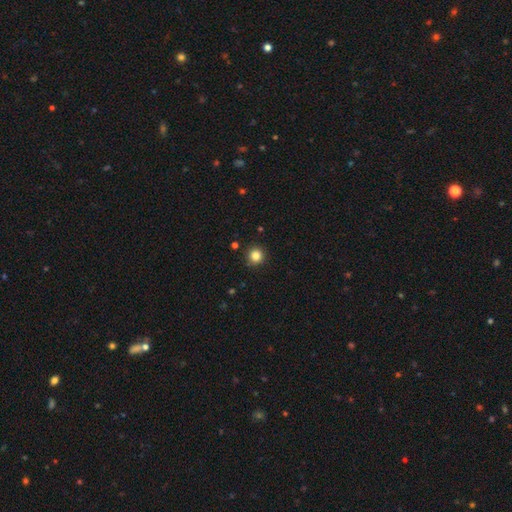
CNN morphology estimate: Smooth or featured: smooth — 84% (star or artifact — 12%)
How rounded: round — 94% (in between — 5%)
Merging: none — 91% (minor disturbance — 6%)